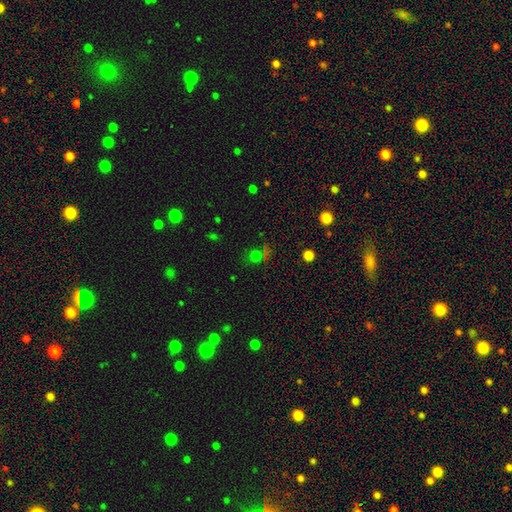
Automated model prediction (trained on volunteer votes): Smooth or featured? smooth (51%)
How rounded? round (82%)
Merging? none (65%)